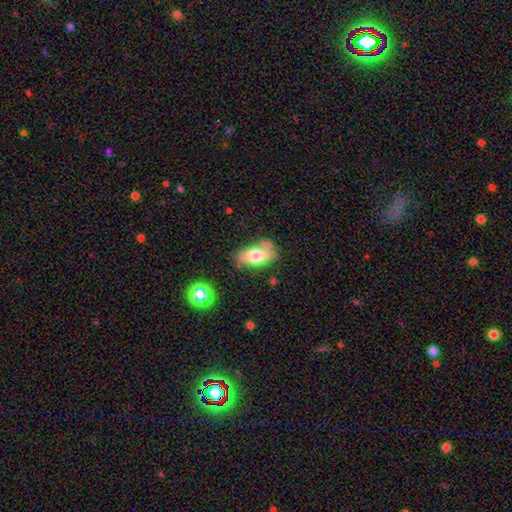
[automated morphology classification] This appears to be a smooth galaxy with no disk features (67%) that is in between round and cigar-shaped (86%). Merging: none (57%).